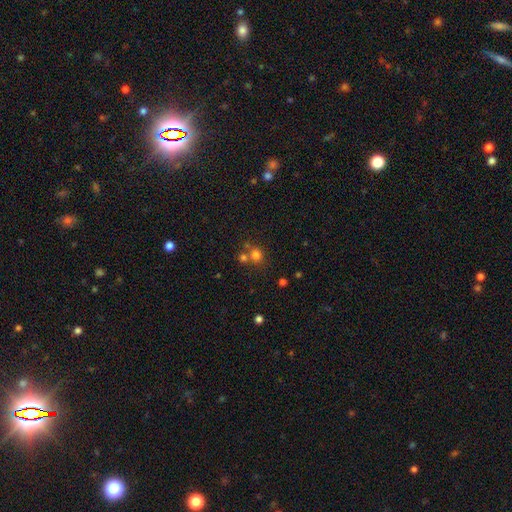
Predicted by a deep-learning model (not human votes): This appears to be a smooth galaxy with no disk features (75%) that is round (85%). Merging: none (57%).